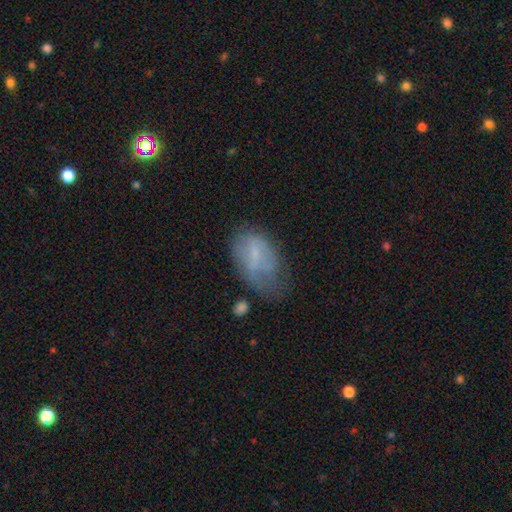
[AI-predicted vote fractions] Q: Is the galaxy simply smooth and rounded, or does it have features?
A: smooth — 54%.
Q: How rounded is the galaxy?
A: in between — 89%.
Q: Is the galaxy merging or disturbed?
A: minor disturbance — 36%.